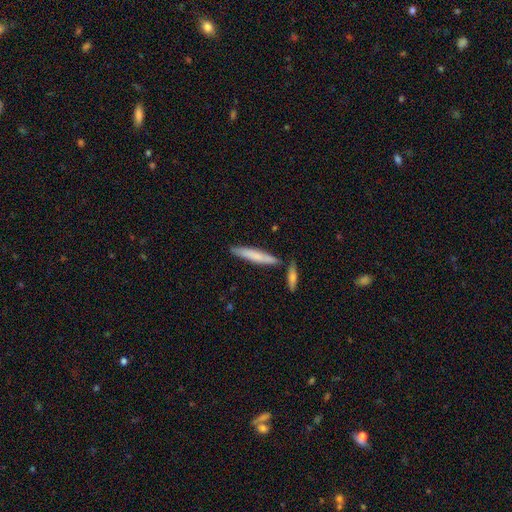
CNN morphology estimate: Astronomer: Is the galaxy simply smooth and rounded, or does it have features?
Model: smooth — 70%.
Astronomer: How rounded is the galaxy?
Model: cigar-shaped — 92%.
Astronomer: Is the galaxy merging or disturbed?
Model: none — 79%.